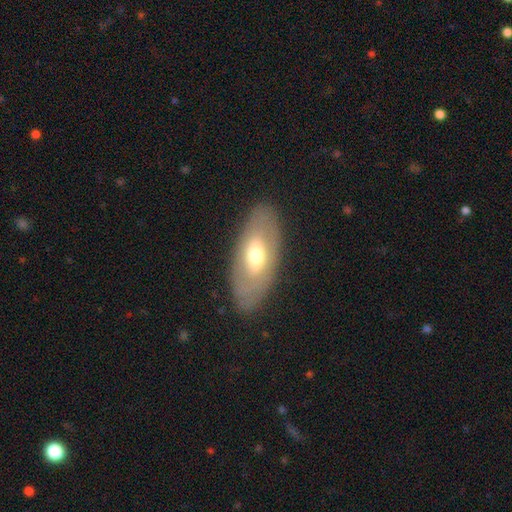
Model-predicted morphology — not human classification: This is possibly a smooth galaxy (48%). Merging: clearly none (83%).